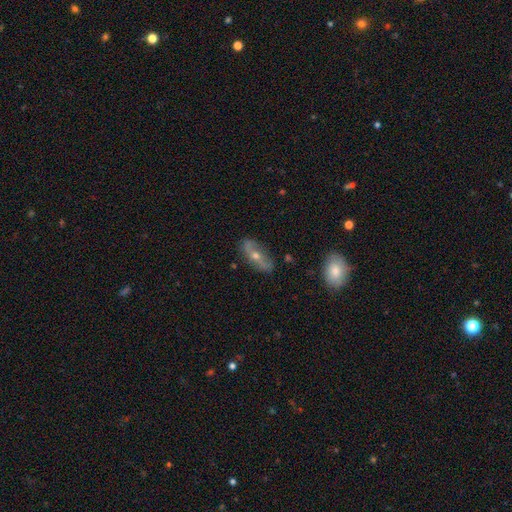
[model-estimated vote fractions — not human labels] The model was most divided on "edge-on disk": no: 65%, yes: 35%. More confident: merging — none (79%); smooth or featured — featured or disk (60%).